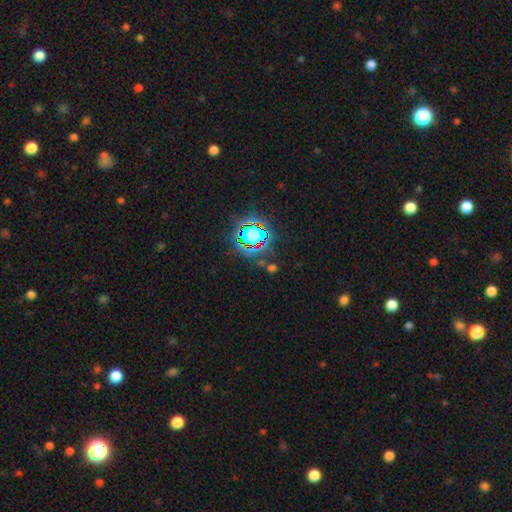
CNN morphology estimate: Q: Smooth or featured?
A: star or artifact (81%); runner-up: smooth (12%)